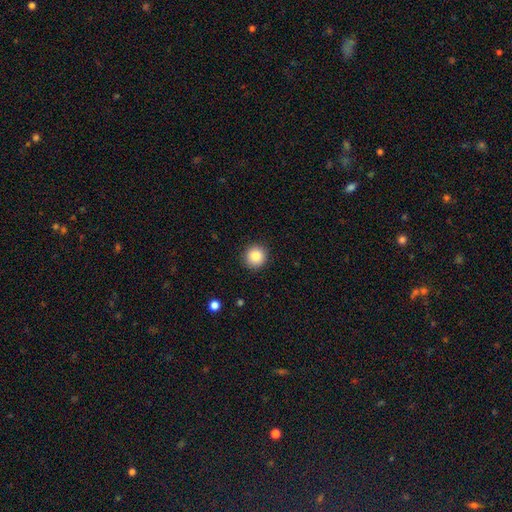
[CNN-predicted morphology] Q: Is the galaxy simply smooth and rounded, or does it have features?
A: smooth — 85%.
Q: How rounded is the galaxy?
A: round — 93%.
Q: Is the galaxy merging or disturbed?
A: none — 91%.